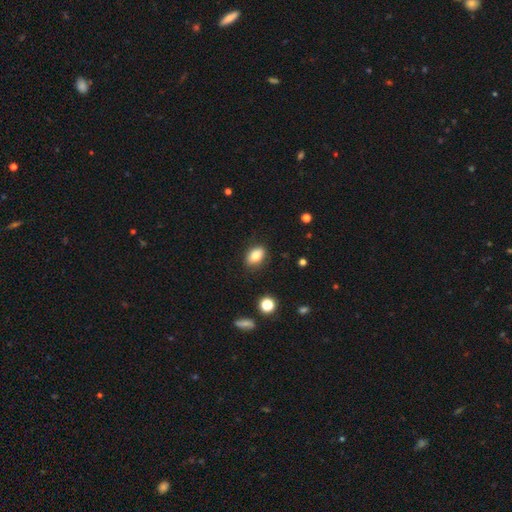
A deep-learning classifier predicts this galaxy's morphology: smooth-or-featured: smooth: 82% | featured or disk: 9% | star or artifact: 9%
  how-rounded: in between: 83% | round: 15% | cigar-shaped: 2%
  merging: none: 85% | minor disturbance: 11% | major disturbance: 3% | merger: 1%